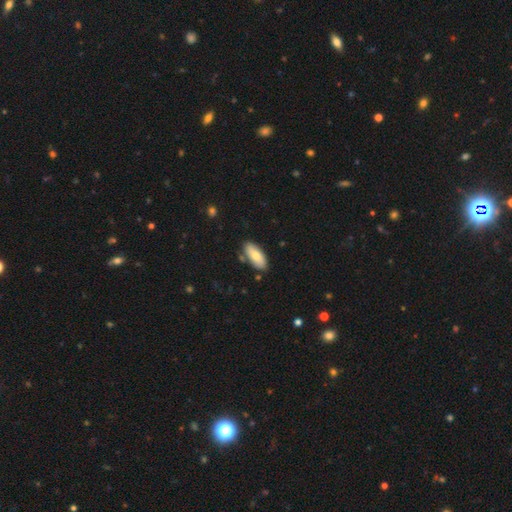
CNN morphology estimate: Smooth or featured? Predicted: smooth (p=0.73). How rounded? Predicted: in between (p=0.85). Merging? Predicted: none (p=0.81).